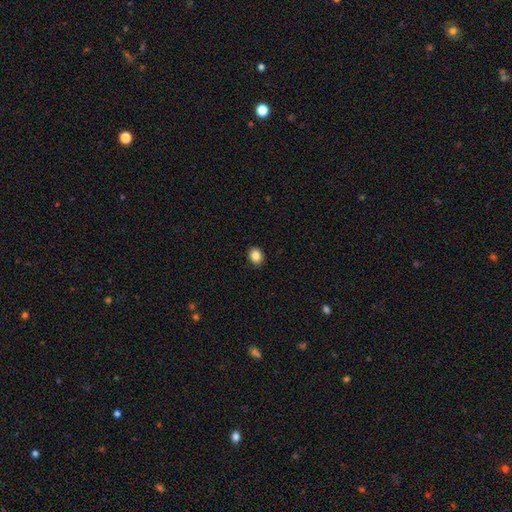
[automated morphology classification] smooth 86%, star or artifact 10%, featured or disk 4%. Down the decision tree: how rounded — round (56%); merging — none (90%).